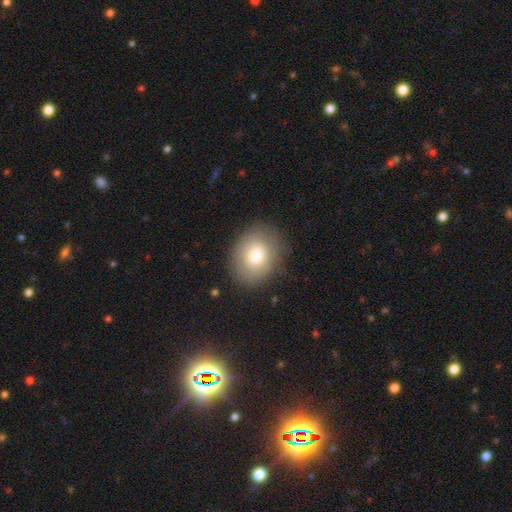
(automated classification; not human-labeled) Smooth or featured?
  - smooth: 77% *
  - featured or disk: 14%
  - star or artifact: 8%
How rounded?
  - round: 54% *
  - in between: 45%
  - cigar-shaped: 1%
Merging?
  - none: 83% *
  - minor disturbance: 12%
  - major disturbance: 4%
  - merger: 1%